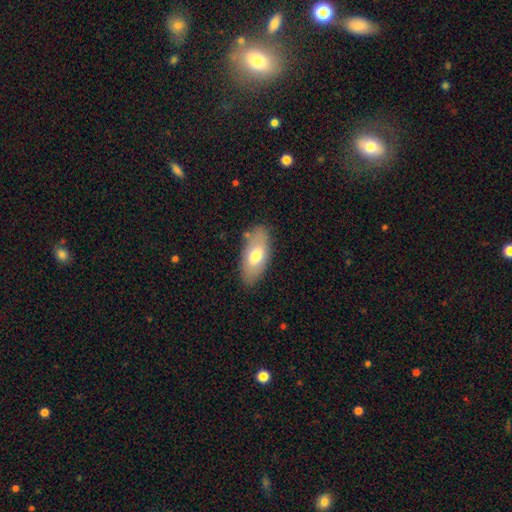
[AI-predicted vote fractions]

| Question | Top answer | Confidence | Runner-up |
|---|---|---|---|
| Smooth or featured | smooth | 70% | featured or disk (23%) |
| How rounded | in between | 90% | cigar-shaped (7%) |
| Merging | none | 81% | minor disturbance (14%) |